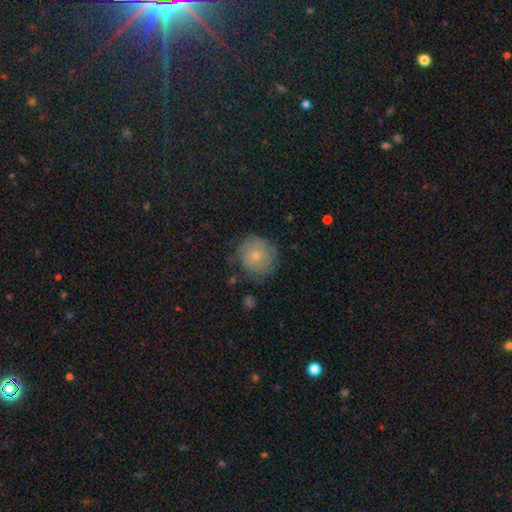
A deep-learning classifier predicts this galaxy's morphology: type=smooth (62%); roundness=round (89%); merging=none (70%).